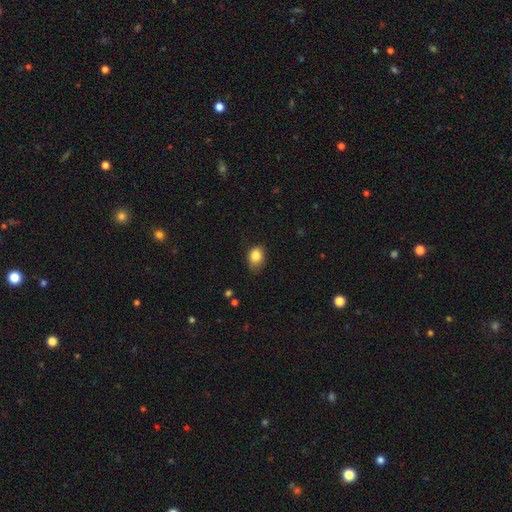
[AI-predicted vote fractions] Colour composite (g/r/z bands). It shows a smooth galaxy with no disk features (83%) that is in between round and cigar-shaped (69%). Merging: none (60%).